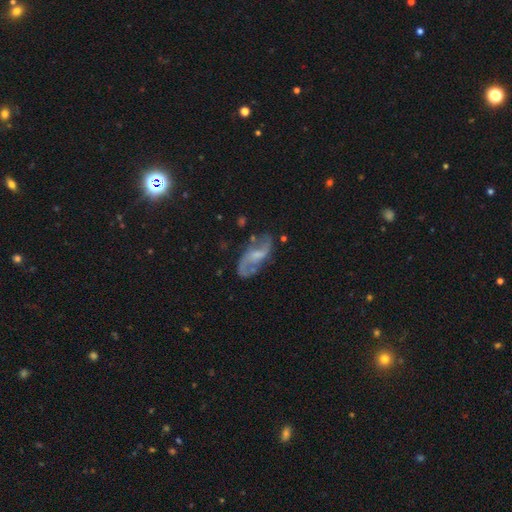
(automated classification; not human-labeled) Morphology: type=featured or disk (78%); edge-on=no (94%); bar=weak (48%); spiral arms=yes (91%); winding=loose (59%); arm count=2 (88%); bulge=small (38%); merging=none (67%).